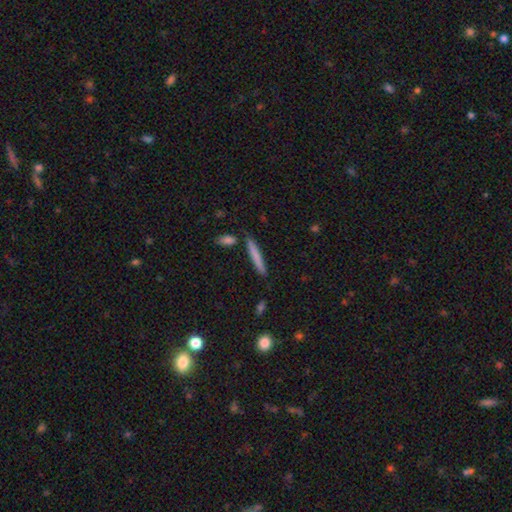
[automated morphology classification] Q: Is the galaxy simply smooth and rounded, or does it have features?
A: smooth — 75%.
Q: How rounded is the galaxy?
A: cigar-shaped — 94%.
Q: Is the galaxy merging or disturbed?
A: none — 85%.